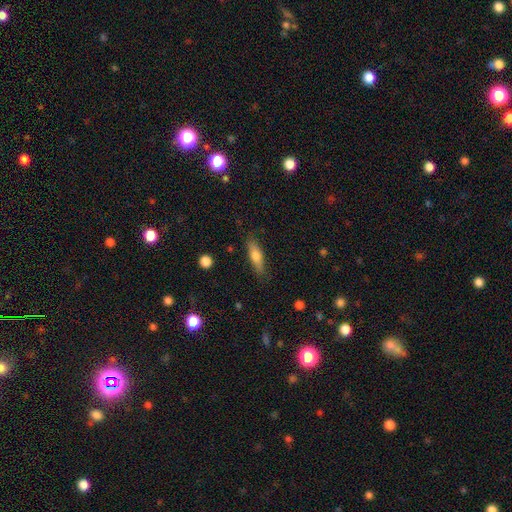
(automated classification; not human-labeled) smooth-or-featured: smooth: 66% | featured or disk: 27% | star or artifact: 7%
  how-rounded: cigar-shaped: 55% | in between: 42% | round: 3%
  merging: none: 82% | minor disturbance: 14% | major disturbance: 3% | merger: 1%